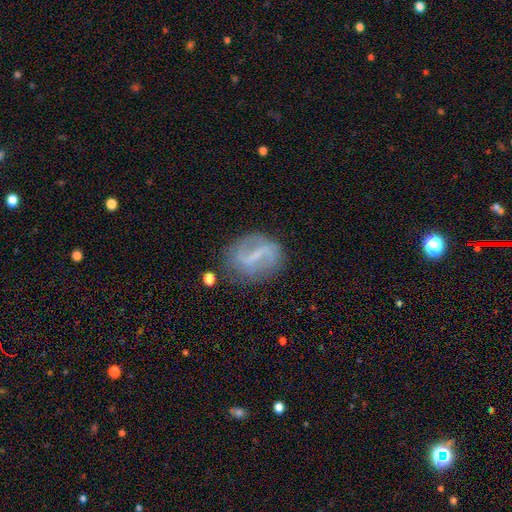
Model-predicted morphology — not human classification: The model was most divided on "bulge size": none: 47%, small: 39%, moderate: 11%, large: 2%, dominant: 1%. More confident: edge-on disk — no (95%); merging — none (72%); smooth or featured — featured or disk (69%); spiral arms — yes (68%); bar — strong (59%).